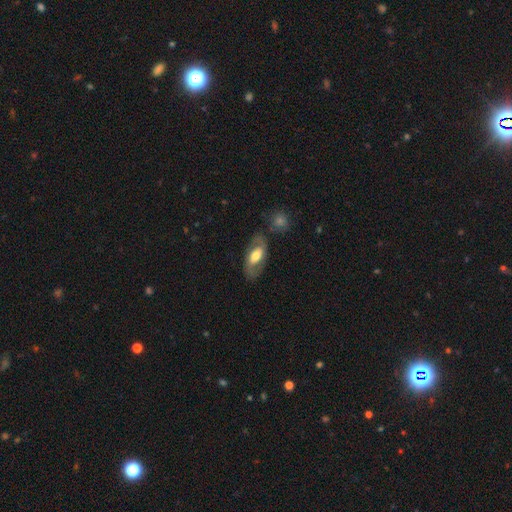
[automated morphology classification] smooth_or_featured: featured or disk (p=0.51) [alt: smooth p=0.43]
disk_edge_on: no (p=0.87) [alt: yes p=0.13]
merging: none (p=0.73) [alt: minor disturbance p=0.16]